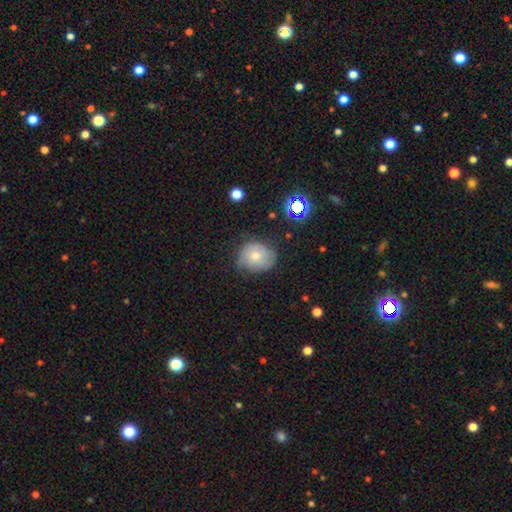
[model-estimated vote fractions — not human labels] smooth-or-featured: smooth: 58% | featured or disk: 31% | star or artifact: 11%
  how-rounded: round: 71% | in between: 28% | cigar-shaped: 1%
  merging: none: 57% | minor disturbance: 32% | major disturbance: 9% | merger: 2%